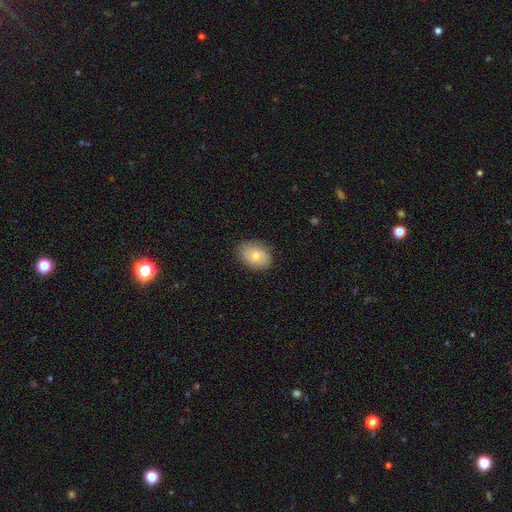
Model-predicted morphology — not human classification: Smooth or featured? smooth (77%)
How rounded? in between (75%)
Merging? none (83%)